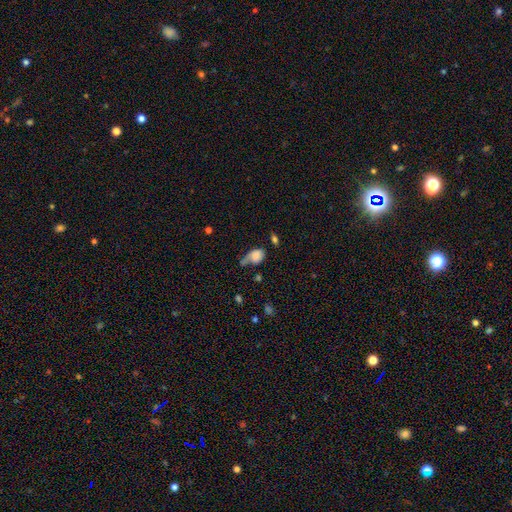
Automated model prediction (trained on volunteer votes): Q: Smooth or featured?
A: smooth (74%); runner-up: featured or disk (16%)
Q: How rounded?
A: in between (74%); runner-up: round (24%)
Q: Merging?
A: minor disturbance (30%); runner-up: none (28%)